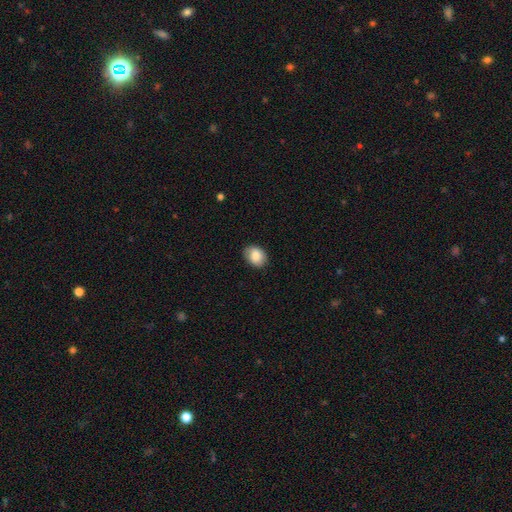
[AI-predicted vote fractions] smooth-or-featured: smooth: 84% | featured or disk: 9% | star or artifact: 7%
  how-rounded: in between: 71% | round: 28% | cigar-shaped: 1%
  merging: none: 85% | minor disturbance: 12% | major disturbance: 2% | merger: 1%